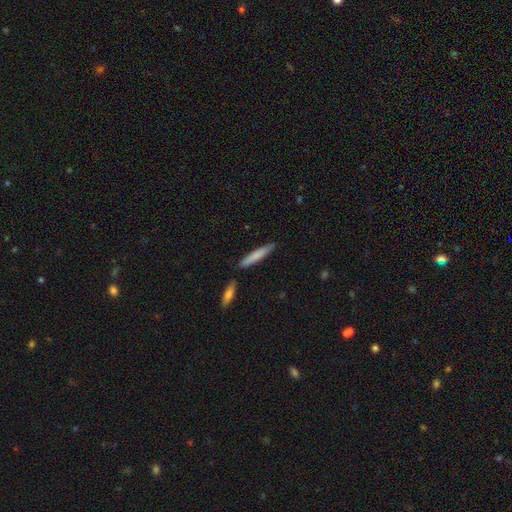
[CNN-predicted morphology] smooth-or-featured: smooth: 75% | featured or disk: 20% | star or artifact: 5%
  how-rounded: cigar-shaped: 92% | in between: 7% | round: 1%
  merging: none: 83% | minor disturbance: 9% | merger: 5% | major disturbance: 2%